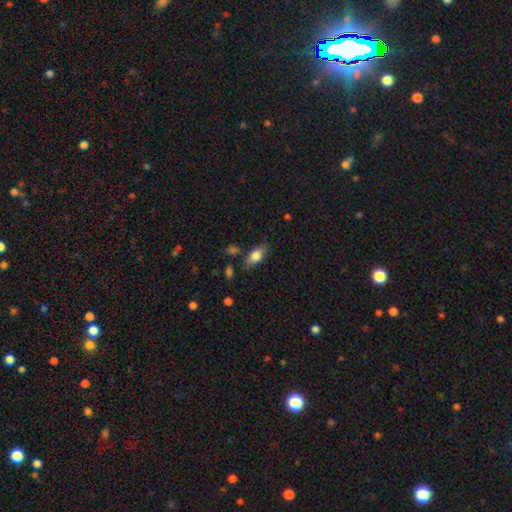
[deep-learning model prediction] This is likely a smooth galaxy (77%). How rounded: clearly in between (85%). Merging: likely none (73%).